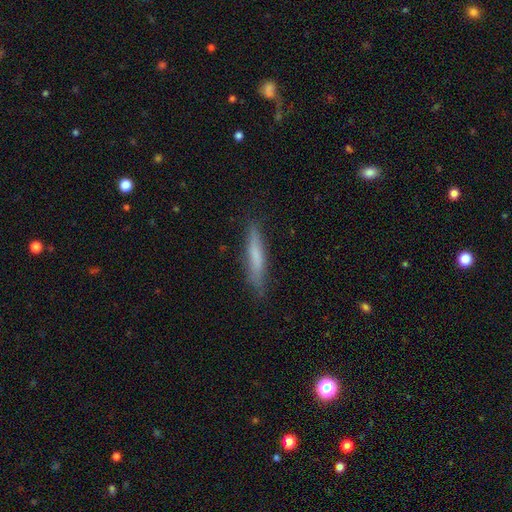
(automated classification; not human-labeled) The model was most divided on "smooth or featured": smooth: 66%, featured or disk: 28%, star or artifact: 7%. More confident: how rounded — cigar-shaped (91%); merging — none (81%).